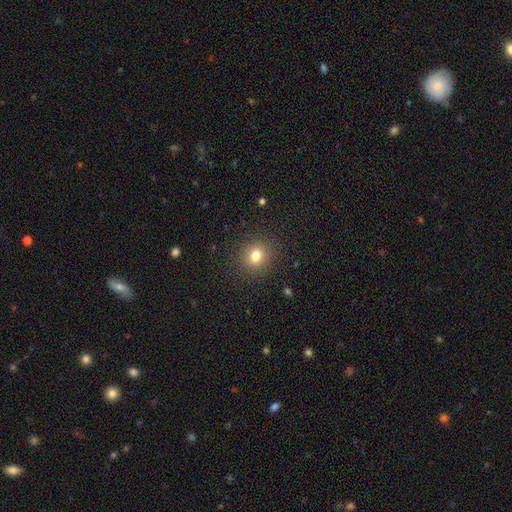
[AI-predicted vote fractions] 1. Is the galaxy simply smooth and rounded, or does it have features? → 79% smooth, 13% star or artifact, 8% featured or disk.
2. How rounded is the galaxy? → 73% round, 26% in between, 1% cigar-shaped.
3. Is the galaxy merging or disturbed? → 87% none, 8% minor disturbance, 3% major disturbance, 1% merger.